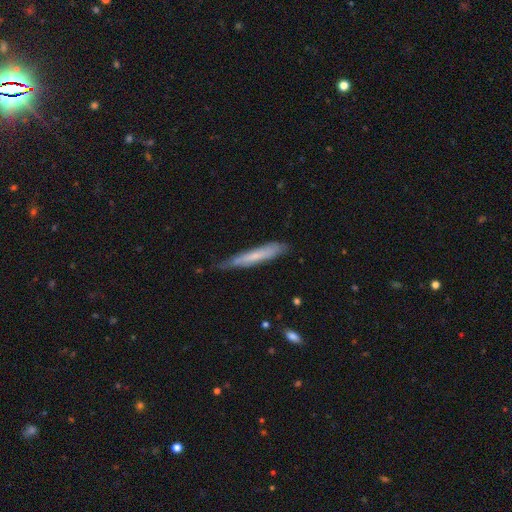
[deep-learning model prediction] Smooth or featured? Predicted: smooth (p=0.57). How rounded? Predicted: cigar-shaped (p=0.93). Merging? Predicted: none (p=0.65).